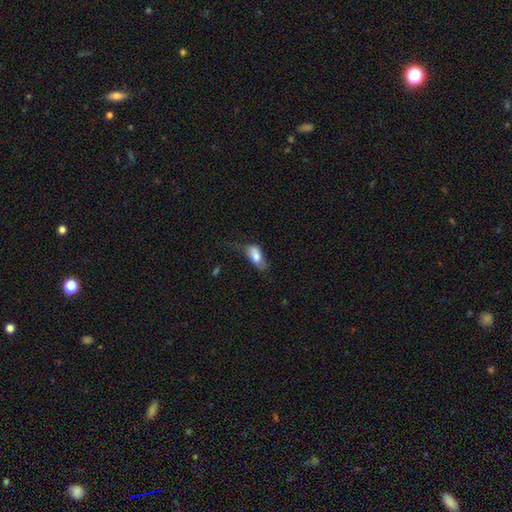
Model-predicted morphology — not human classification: Smooth or featured? Predicted: smooth (p=0.74). How rounded? Predicted: in between (p=0.87). Merging? Predicted: none (p=0.36).